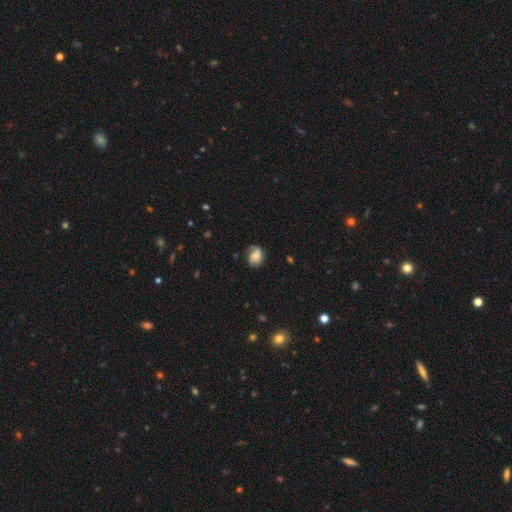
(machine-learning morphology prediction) The model was most divided on "smooth or featured": featured or disk: 46%, smooth: 45%, star or artifact: 9%. More confident: merging — none (61%).